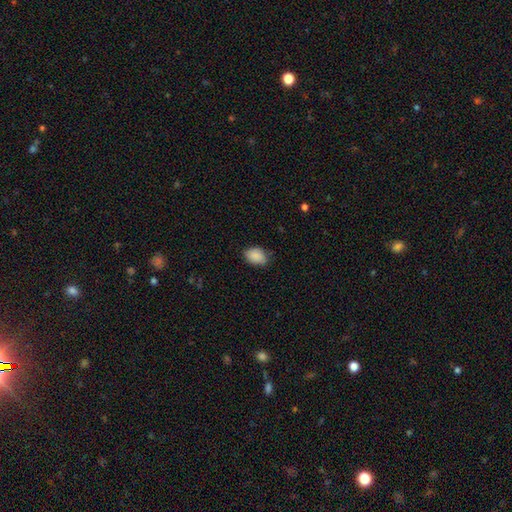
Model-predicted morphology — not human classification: type=smooth (88%); roundness=in between (76%); merging=none (72%).